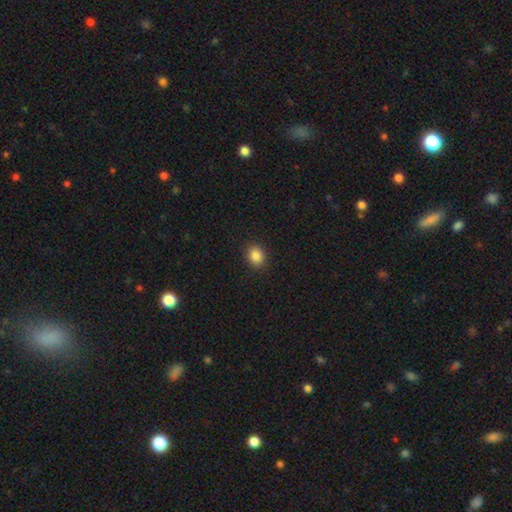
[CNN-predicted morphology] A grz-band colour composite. It shows a smooth galaxy with no disk features (86%) that is round (59%). Merging: none (91%).